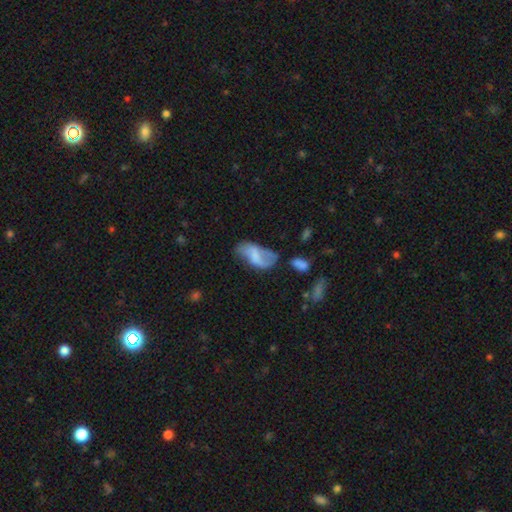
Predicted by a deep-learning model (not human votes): Smooth or featured? Predicted: smooth (p=0.58). How rounded? Predicted: in between (p=0.91). Merging? Predicted: none (p=0.36).